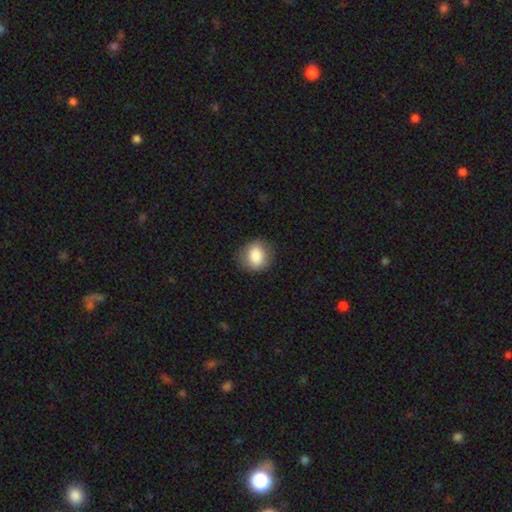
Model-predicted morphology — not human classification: Smooth or featured: smooth — 86% (star or artifact — 8%)
How rounded: round — 69% (in between — 30%)
Merging: none — 83% (minor disturbance — 12%)